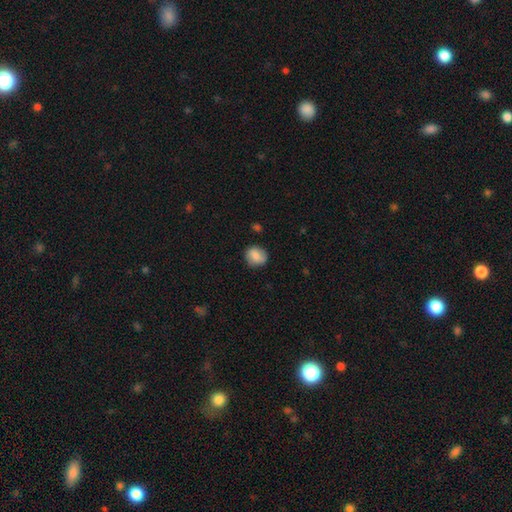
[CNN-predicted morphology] smooth-or-featured: smooth: 82% | featured or disk: 10% | star or artifact: 8%
  how-rounded: round: 76% | in between: 23% | cigar-shaped: 1%
  merging: none: 81% | minor disturbance: 14% | major disturbance: 3% | merger: 2%